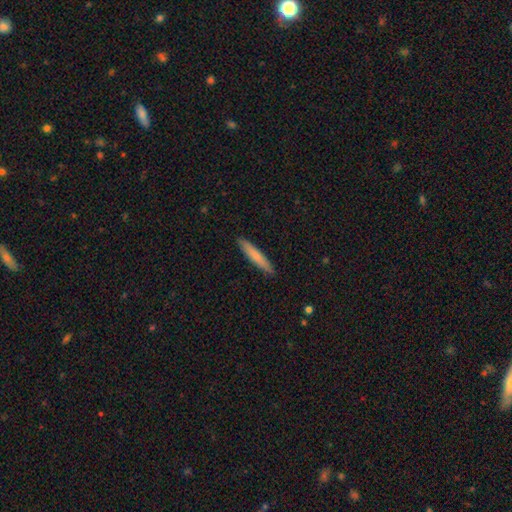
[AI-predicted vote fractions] smooth 74%, featured or disk 21%, star or artifact 5%. Down the decision tree: how rounded — cigar-shaped (93%); merging — none (91%).